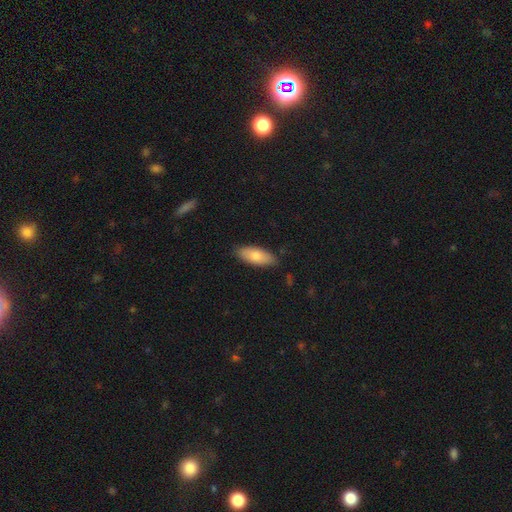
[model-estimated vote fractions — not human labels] Smooth or featured? smooth (77%)
How rounded? in between (79%)
Merging? none (85%)